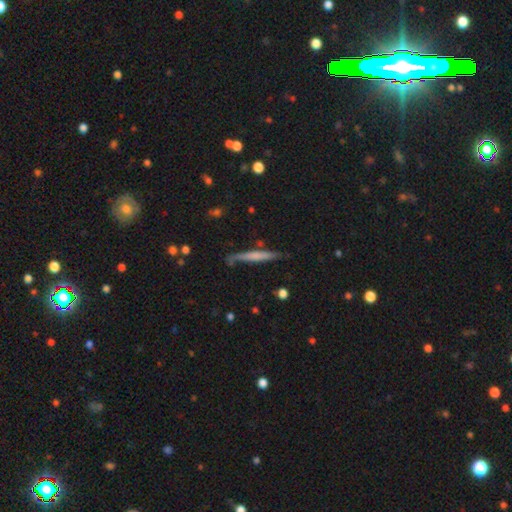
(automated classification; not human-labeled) Q: Smooth or featured?
A: smooth (49%); runner-up: featured or disk (45%)
Q: Merging?
A: none (75%); runner-up: minor disturbance (17%)